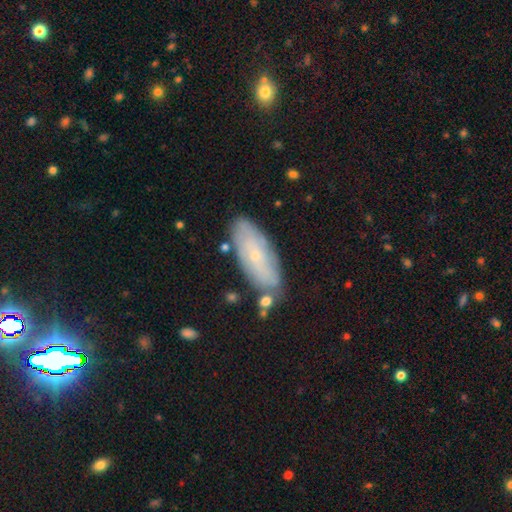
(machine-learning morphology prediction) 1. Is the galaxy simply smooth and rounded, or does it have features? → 48% featured or disk, 44% smooth, 7% star or artifact.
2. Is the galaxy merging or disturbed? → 77% none, 15% minor disturbance, 4% merger, 3% major disturbance.